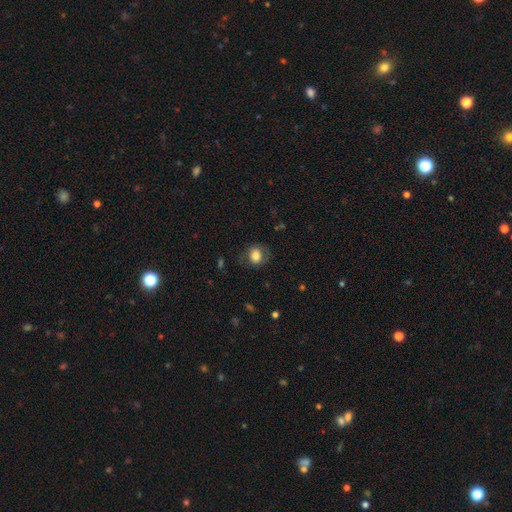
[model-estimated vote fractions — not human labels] Smooth or featured?
  - smooth: 77% *
  - featured or disk: 15%
  - star or artifact: 8%
How rounded?
  - round: 55% *
  - in between: 44%
  - cigar-shaped: 1%
Merging?
  - none: 74% *
  - minor disturbance: 16%
  - major disturbance: 9%
  - merger: 1%